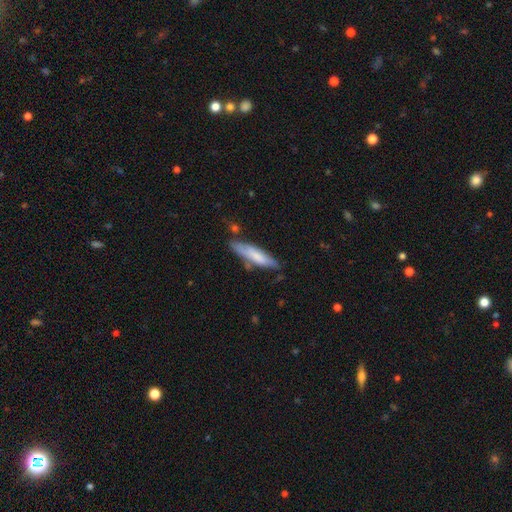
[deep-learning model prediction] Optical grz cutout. It shows a smooth galaxy with no disk features (68%) that is cigar-shaped (76%). Merging: none (65%).